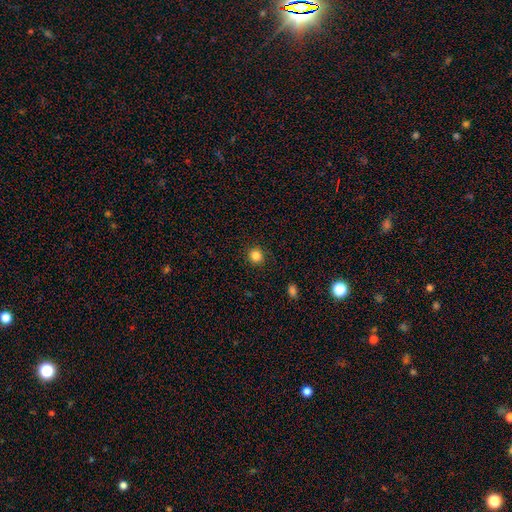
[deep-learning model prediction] The model was most divided on "smooth or featured": smooth: 84%, star or artifact: 12%, featured or disk: 4%. More confident: how rounded — round (93%); merging — none (91%).